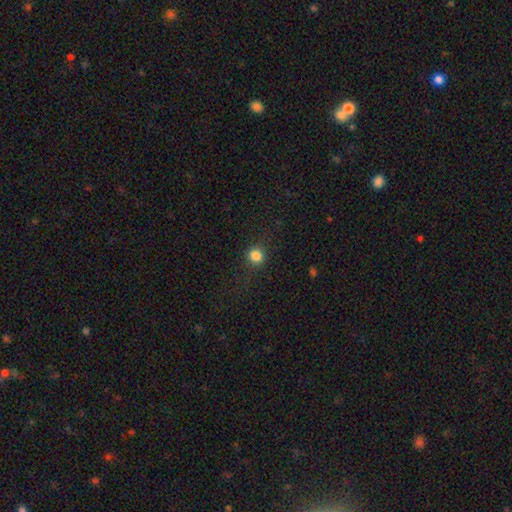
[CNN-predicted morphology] Smooth or featured? Predicted: smooth (p=0.82). How rounded? Predicted: round (p=0.82). Merging? Predicted: none (p=0.84).